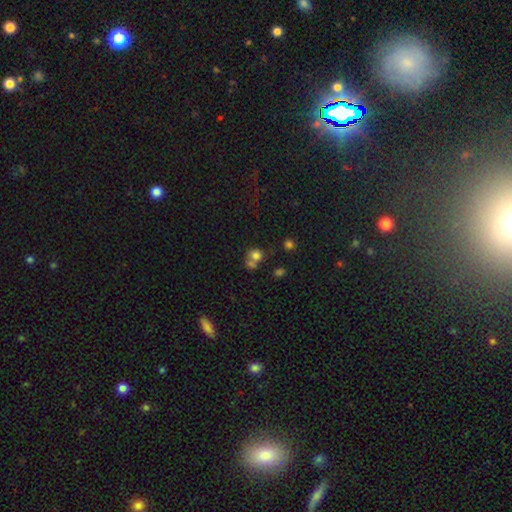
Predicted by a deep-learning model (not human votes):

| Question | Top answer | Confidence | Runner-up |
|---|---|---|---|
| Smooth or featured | smooth | 75% | star or artifact (14%) |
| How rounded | round | 76% | in between (23%) |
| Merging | merger | 46% | none (39%) |